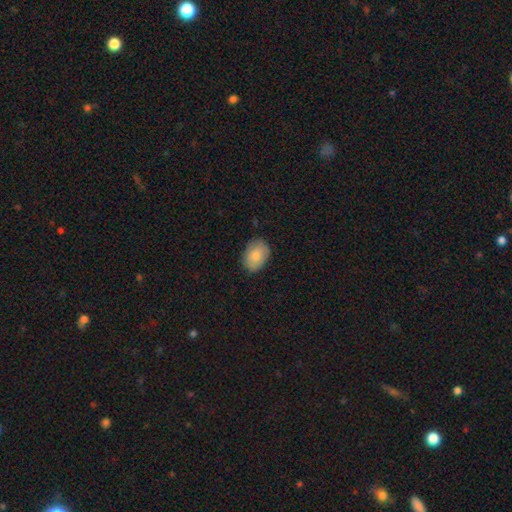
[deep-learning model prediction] Smooth or featured? smooth (81%)
How rounded? in between (81%)
Merging? none (82%)